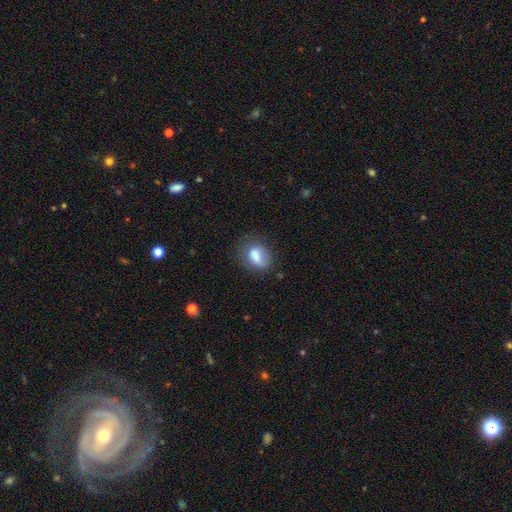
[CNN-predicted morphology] Smooth or featured?
  - smooth: 76% *
  - featured or disk: 15%
  - star or artifact: 9%
How rounded?
  - in between: 72% *
  - round: 24%
  - cigar-shaped: 4%
Merging?
  - none: 57% *
  - minor disturbance: 26%
  - major disturbance: 13%
  - merger: 4%